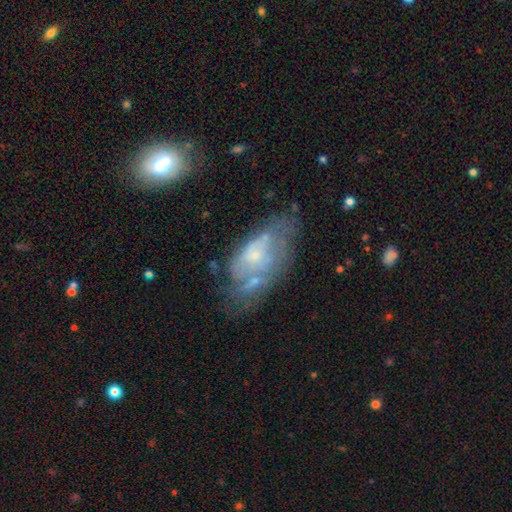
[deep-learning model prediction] Morphology: type=featured or disk (58%); edge-on=no (93%); bar=no (80%); spiral arms=no (55%); bulge=small (67%); merging=none (37%).